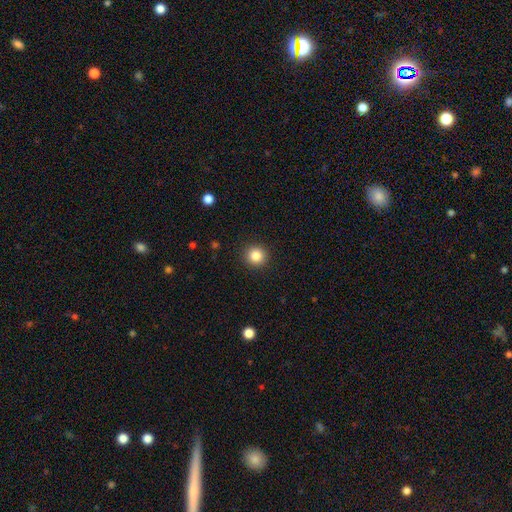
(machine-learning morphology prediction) Smooth or featured: smooth — 85% (star or artifact — 10%)
How rounded: round — 94% (in between — 5%)
Merging: none — 92% (minor disturbance — 5%)